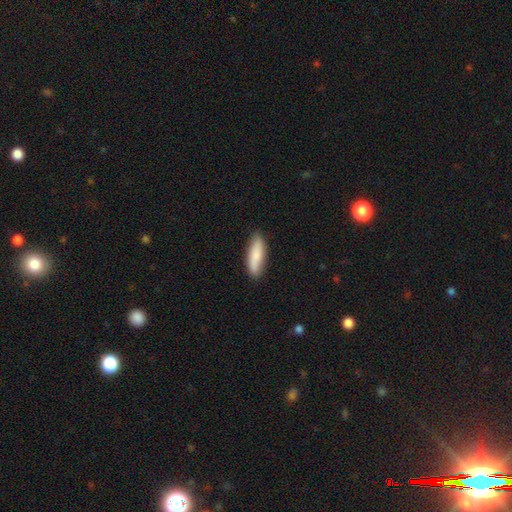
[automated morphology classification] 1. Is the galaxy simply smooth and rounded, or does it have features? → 83% smooth, 11% featured or disk, 6% star or artifact.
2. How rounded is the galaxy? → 51% cigar-shaped, 47% in between, 2% round.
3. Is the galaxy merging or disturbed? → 84% none, 12% minor disturbance, 2% major disturbance, 1% merger.